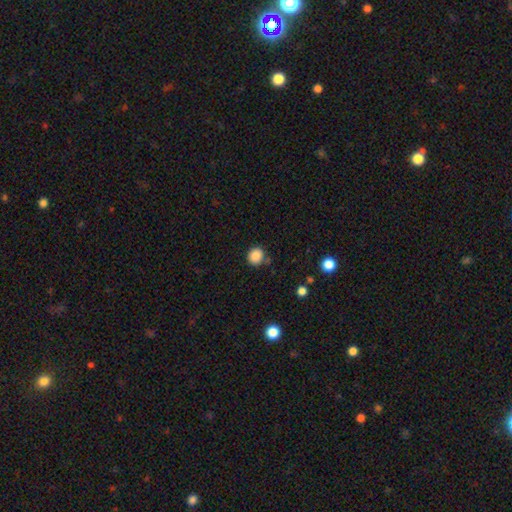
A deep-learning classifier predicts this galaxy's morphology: This appears to be a smooth galaxy with no disk features (87%) that is round (84%). Merging: none (82%).